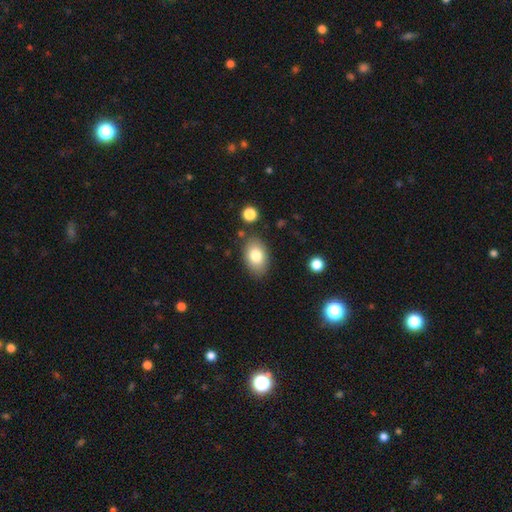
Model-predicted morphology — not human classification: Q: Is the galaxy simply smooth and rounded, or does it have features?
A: smooth — 80%.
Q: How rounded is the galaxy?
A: in between — 89%.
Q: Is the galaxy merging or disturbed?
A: none — 82%.